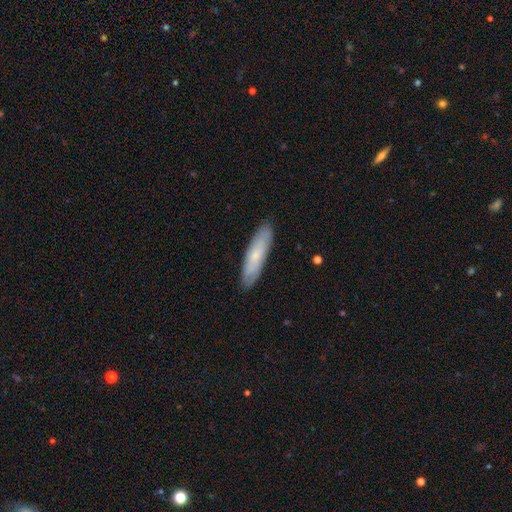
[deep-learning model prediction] This is likely a smooth galaxy (61%). How rounded: likely cigar-shaped (74%). Merging: clearly none (88%).